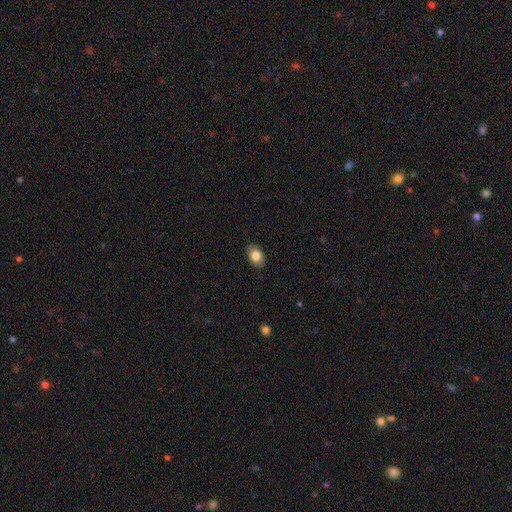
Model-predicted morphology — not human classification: A smooth galaxy with no disk features (81%) that is in between round and cigar-shaped (88%). Merging: none (86%).